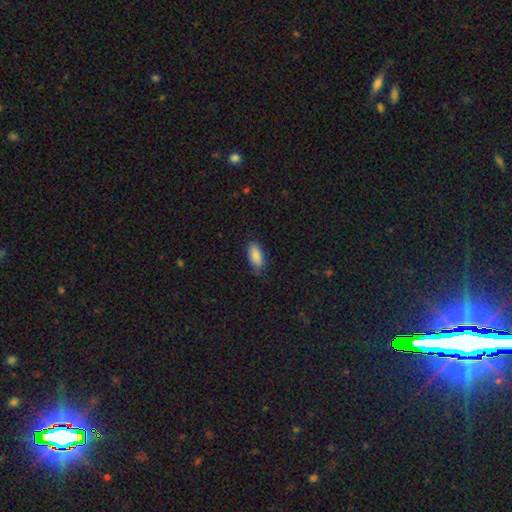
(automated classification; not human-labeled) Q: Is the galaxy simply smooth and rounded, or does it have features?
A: smooth — 88%.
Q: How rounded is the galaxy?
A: in between — 85%.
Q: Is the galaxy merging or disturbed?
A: none — 80%.